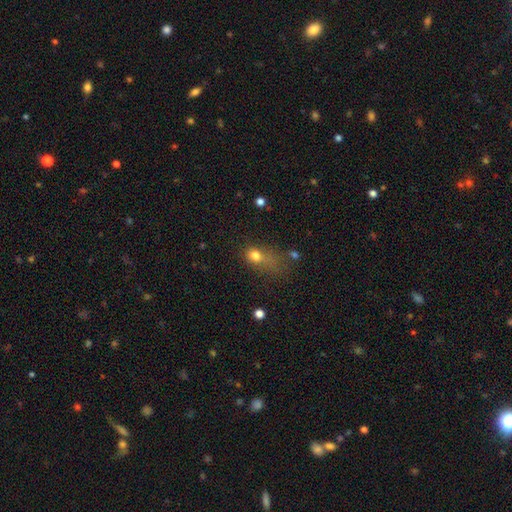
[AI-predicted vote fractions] The model was most divided on "how rounded": in between: 50%, round: 46%, cigar-shaped: 4%. Remaining: smooth or featured — smooth (75%); merging — major disturbance (39%).